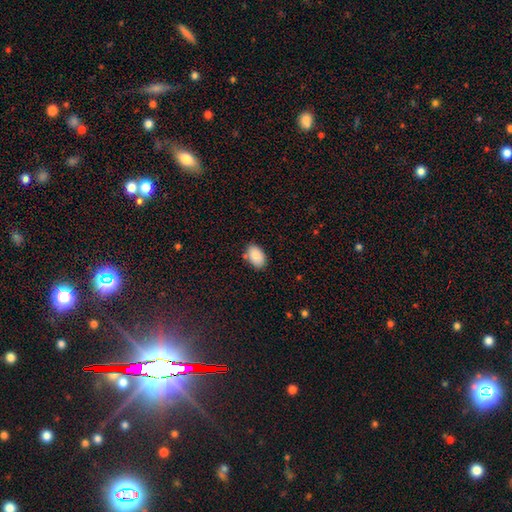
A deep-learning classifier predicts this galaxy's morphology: Smooth or featured?
  - smooth: 89% *
  - star or artifact: 7%
  - featured or disk: 4%
How rounded?
  - in between: 90% *
  - round: 9%
  - cigar-shaped: 1%
Merging?
  - none: 79% *
  - minor disturbance: 14%
  - merger: 4%
  - major disturbance: 3%